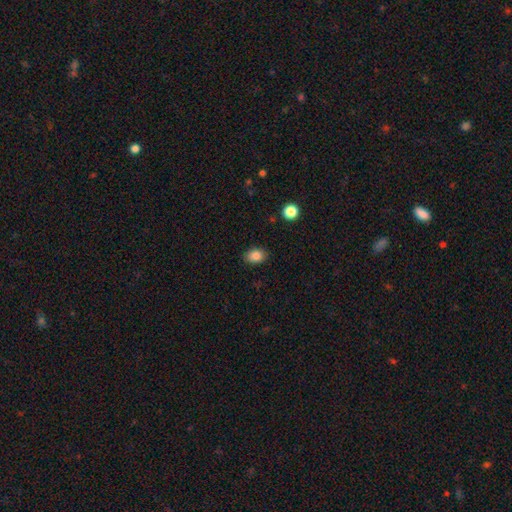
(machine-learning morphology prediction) smooth_or_featured: smooth (p=0.86) [alt: star or artifact p=0.09]
how_rounded: in between (p=0.81) [alt: round p=0.18]
merging: none (p=0.87) [alt: minor disturbance p=0.10]